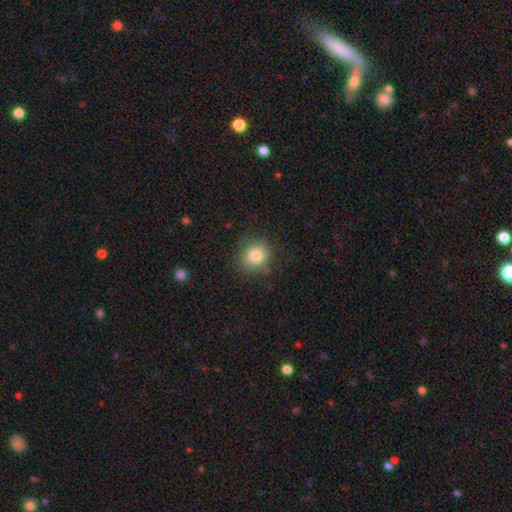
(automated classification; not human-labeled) The model was most divided on "merging": none: 79%, minor disturbance: 14%, major disturbance: 5%, merger: 1%. More confident: how rounded — round (85%); smooth or featured — smooth (81%).